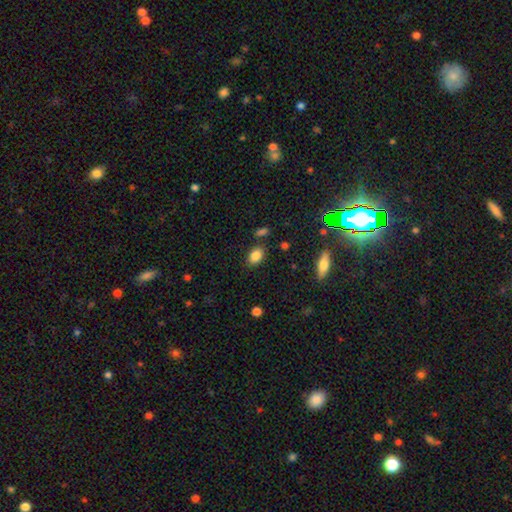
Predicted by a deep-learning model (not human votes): Morphology: type=smooth (85%); roundness=in between (85%); merging=none (80%).